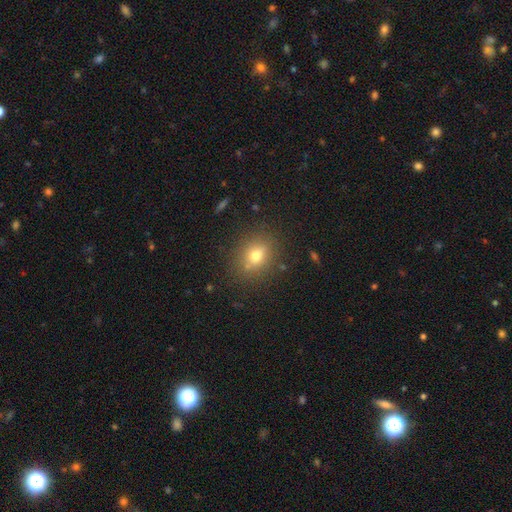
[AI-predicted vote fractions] Smooth or featured? smooth (68%)
How rounded? round (50%)
Merging? none (82%)